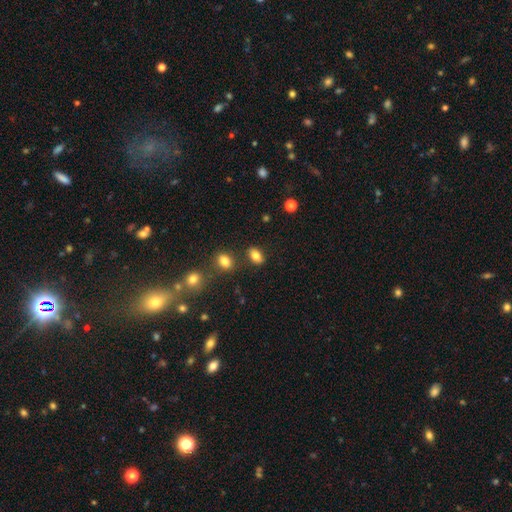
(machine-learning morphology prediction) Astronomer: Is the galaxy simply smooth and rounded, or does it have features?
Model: smooth — 82%.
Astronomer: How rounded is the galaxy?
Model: in between — 84%.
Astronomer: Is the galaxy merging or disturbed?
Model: none — 79%.